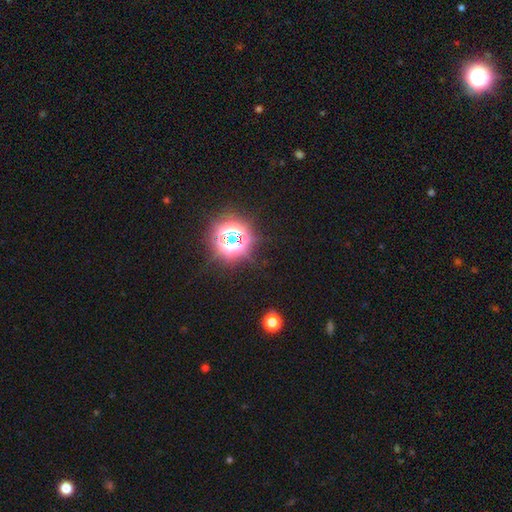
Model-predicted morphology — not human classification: smooth_or_featured: star or artifact (p=0.80) [alt: smooth p=0.15]